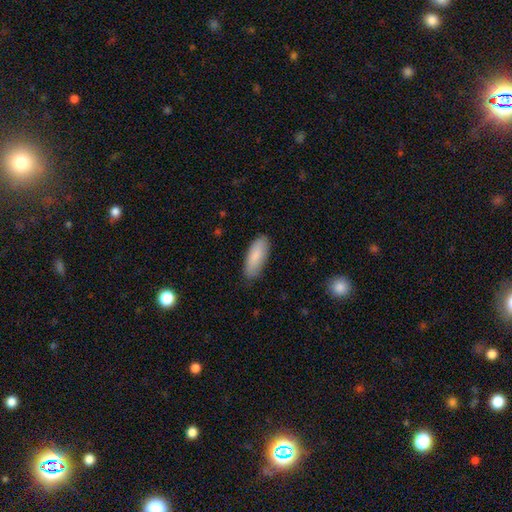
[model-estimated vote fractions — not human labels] Morphology: type=smooth (86%); roundness=in between (77%); merging=none (83%).